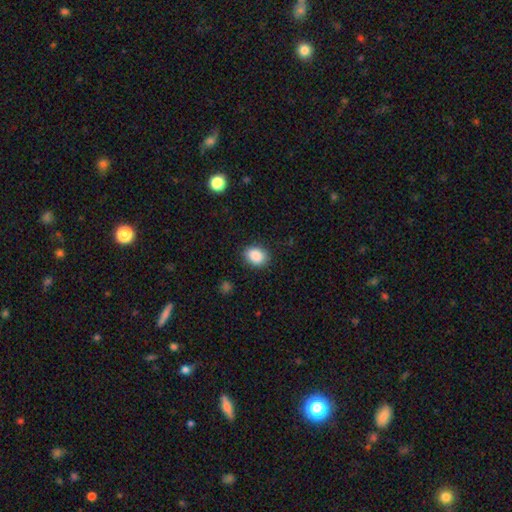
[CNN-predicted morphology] Smooth or featured?
  - smooth: 89% *
  - star or artifact: 8%
  - featured or disk: 3%
How rounded?
  - in between: 62% *
  - round: 37%
  - cigar-shaped: 1%
Merging?
  - none: 87% *
  - minor disturbance: 10%
  - major disturbance: 3%
  - merger: 1%